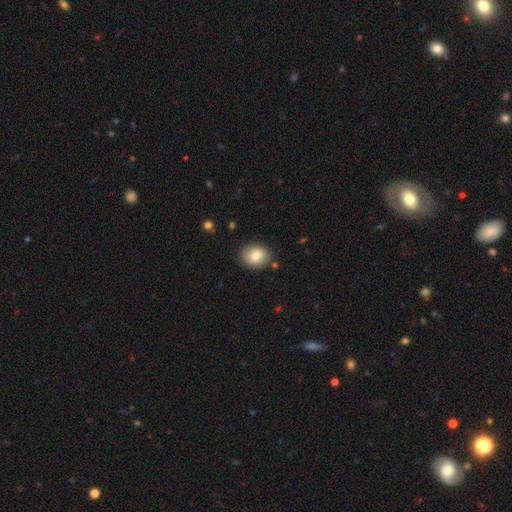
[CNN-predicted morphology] Smooth or featured? Predicted: smooth (p=0.80). How rounded? Predicted: round (p=0.61). Merging? Predicted: none (p=0.85).